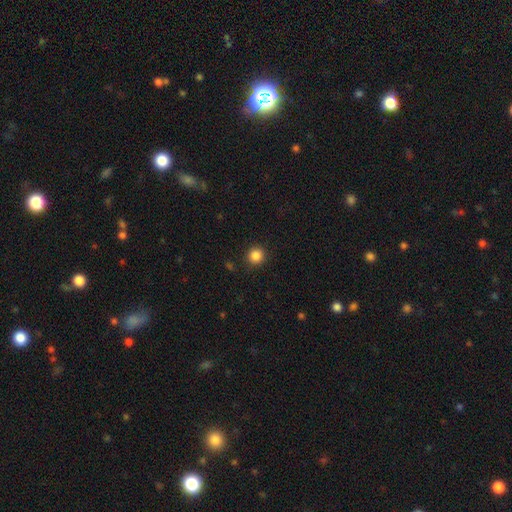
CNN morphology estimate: smooth_or_featured: smooth (p=0.86) [alt: star or artifact p=0.11]
how_rounded: round (p=0.93) [alt: in between p=0.06]
merging: none (p=0.91) [alt: minor disturbance p=0.06]